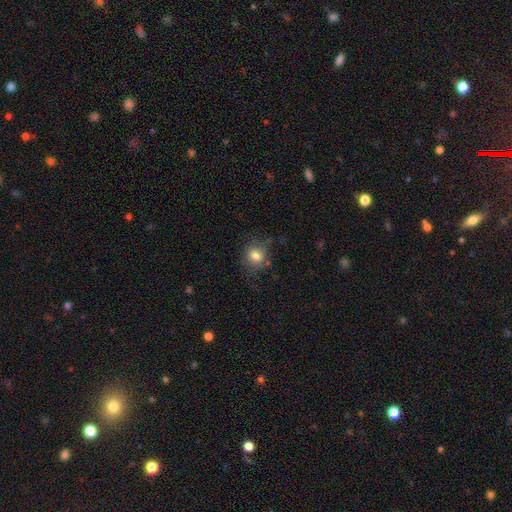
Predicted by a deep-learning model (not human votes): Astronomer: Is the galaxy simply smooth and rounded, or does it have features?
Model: smooth — 78%.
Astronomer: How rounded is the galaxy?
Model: round — 71%.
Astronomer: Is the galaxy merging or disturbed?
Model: none — 65%.